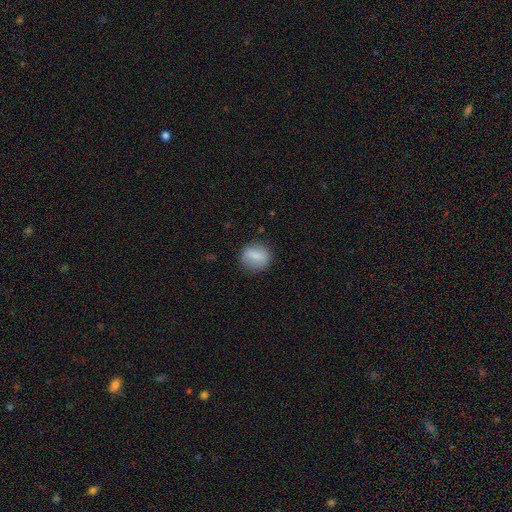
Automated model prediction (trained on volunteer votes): Smooth or featured? Predicted: smooth (p=0.74). How rounded? Predicted: round (p=0.64). Merging? Predicted: none (p=0.81).